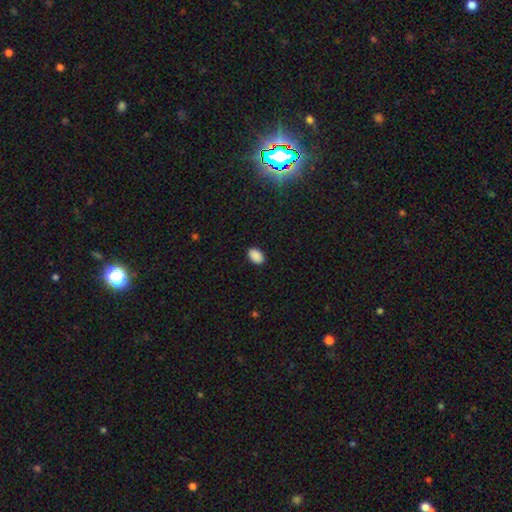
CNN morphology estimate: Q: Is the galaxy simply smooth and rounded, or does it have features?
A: smooth — 89%.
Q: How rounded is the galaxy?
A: in between — 89%.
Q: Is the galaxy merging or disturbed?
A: none — 88%.